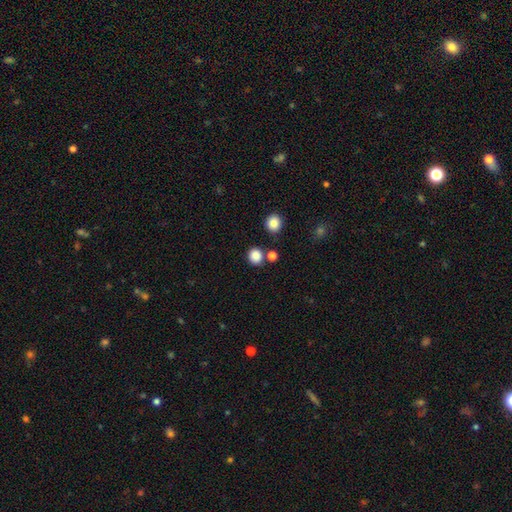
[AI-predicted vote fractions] A smooth galaxy with no disk features (86%) that is round (86%).

Vote fractions:
- Smooth or featured? smooth: 86% / star or artifact: 11% / featured or disk: 3%
- How rounded? round: 86% / in between: 13% / cigar-shaped: 1%
- Merging? none: 80% / merger: 9% / minor disturbance: 8% / major disturbance: 3%